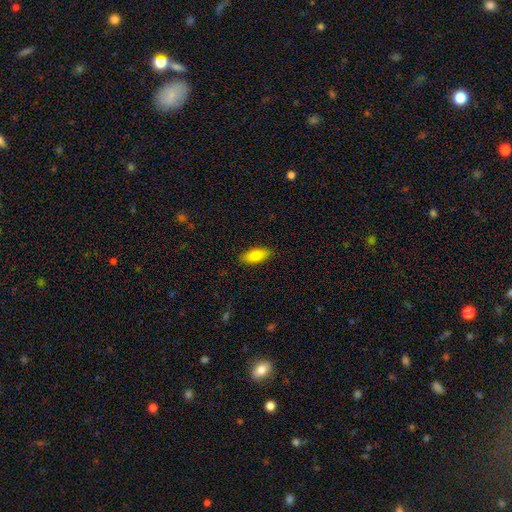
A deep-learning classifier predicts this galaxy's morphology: smooth 86%, featured or disk 7%, star or artifact 7%. Down the decision tree: how rounded — in between (85%); merging — none (86%).